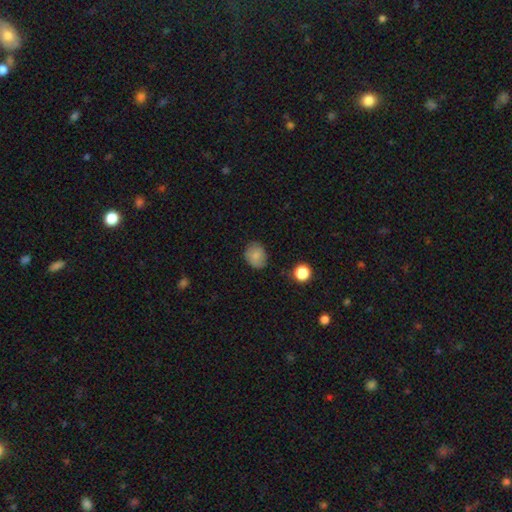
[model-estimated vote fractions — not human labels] This is clearly a smooth galaxy (83%). How rounded: possibly round (51%). Merging: likely none (78%).